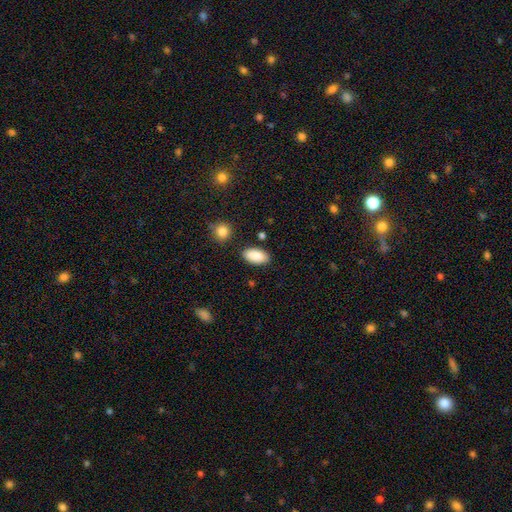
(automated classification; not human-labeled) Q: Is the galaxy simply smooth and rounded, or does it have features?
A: smooth — 88%.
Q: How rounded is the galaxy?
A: in between — 93%.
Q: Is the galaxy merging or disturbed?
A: none — 84%.